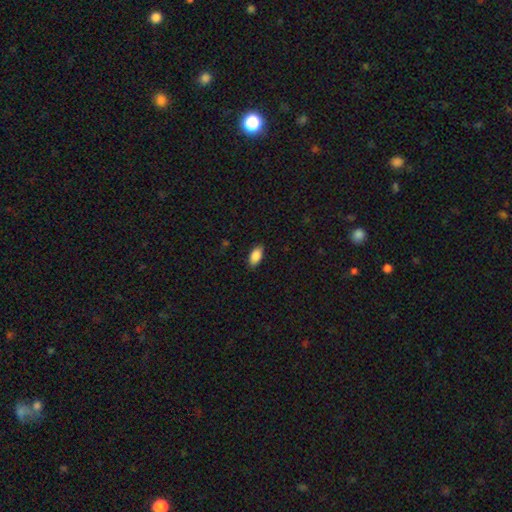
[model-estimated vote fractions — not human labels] smooth-or-featured: smooth: 88% | star or artifact: 7% | featured or disk: 5%
  how-rounded: in between: 92% | cigar-shaped: 4% | round: 3%
  merging: none: 86% | minor disturbance: 11% | major disturbance: 2% | merger: 1%